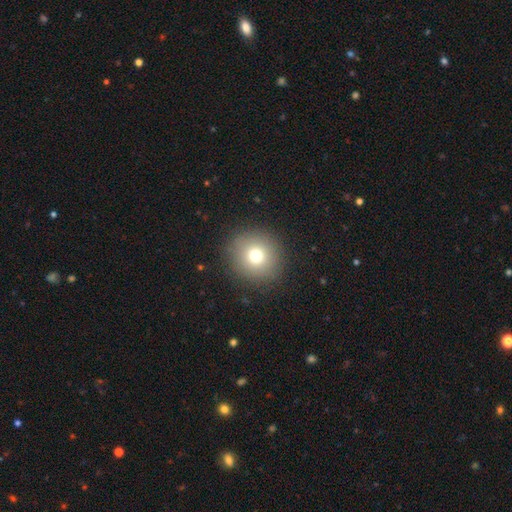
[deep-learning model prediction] The model was most divided on "smooth or featured": smooth: 74%, star or artifact: 14%, featured or disk: 12%. More confident: how rounded — round (92%); merging — none (89%).